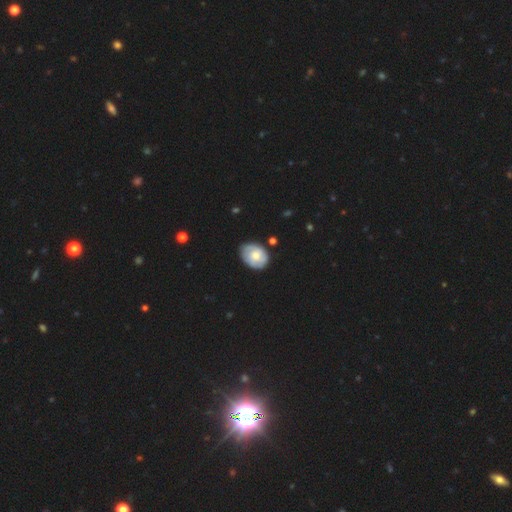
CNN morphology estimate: A featured or disk galaxy (52%).

Vote fractions:
- Smooth or featured? featured or disk: 52% / smooth: 43% / star or artifact: 6%
- Edge-on disk? no: 96% / yes: 4%
- Merging? none: 72% / minor disturbance: 21% / major disturbance: 4% / merger: 2%